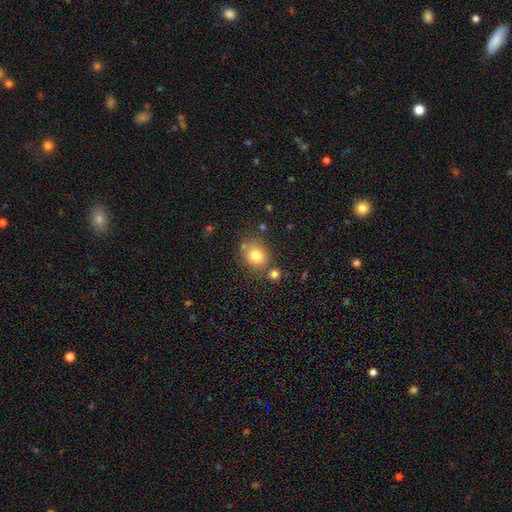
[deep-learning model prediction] A smooth galaxy with no disk features (78%) that is round (78%). Merging: none (73%).